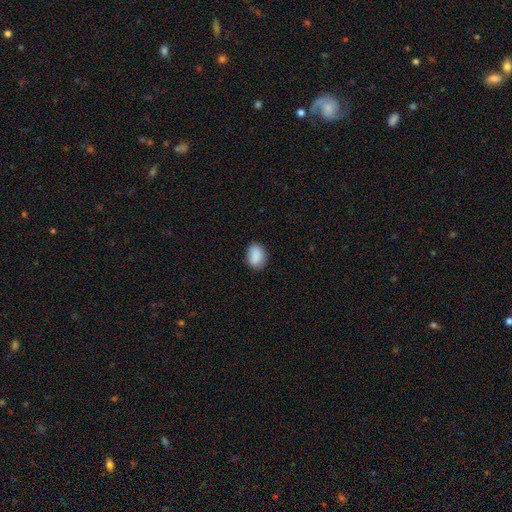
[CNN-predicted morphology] Smooth or featured?
  - smooth: 89% *
  - star or artifact: 7%
  - featured or disk: 4%
How rounded?
  - in between: 74% *
  - round: 25%
  - cigar-shaped: 1%
Merging?
  - none: 85% *
  - minor disturbance: 12%
  - major disturbance: 3%
  - merger: 1%